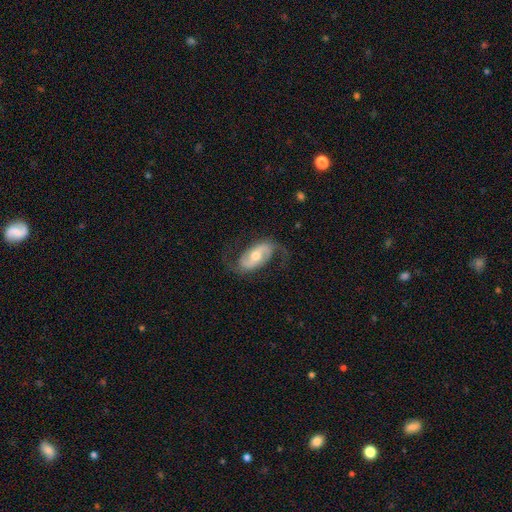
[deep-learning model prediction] Smooth or featured? Predicted: featured or disk (p=0.81). Edge-on disk? Predicted: no (p=0.95). Bar? Predicted: weak (p=0.40). Spiral arms? Predicted: yes (p=0.93). Spiral winding? Predicted: loose (p=0.54). Spiral arm count? Predicted: 2 (p=0.91). Bulge size? Predicted: moderate (p=0.64). Merging? Predicted: none (p=0.71).